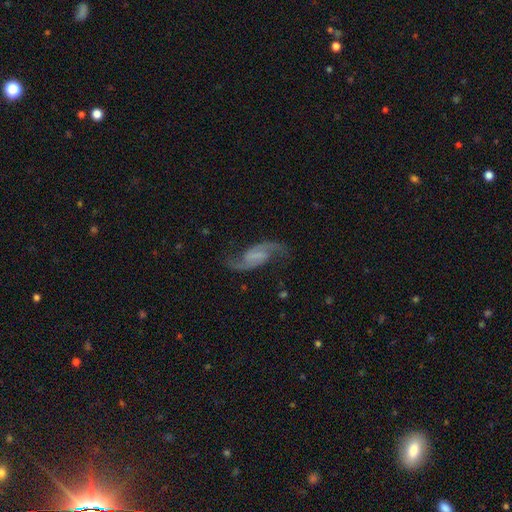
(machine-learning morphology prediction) type=featured or disk (90%); edge-on=no (97%); bar=weak (47%); spiral arms=yes (98%); winding=loose (54%); arm count=2 (94%); bulge=none (58%); merging=none (79%).